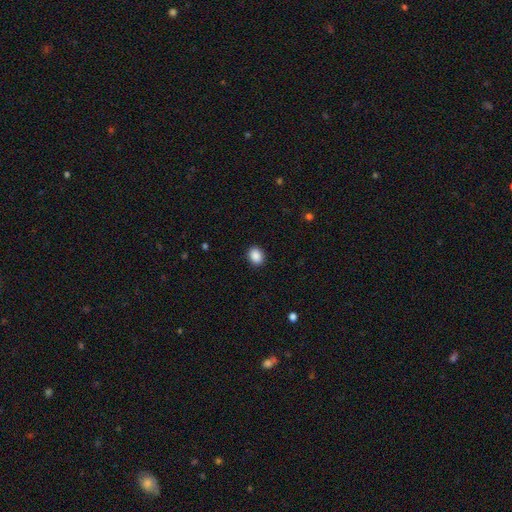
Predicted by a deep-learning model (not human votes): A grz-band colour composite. It shows a smooth galaxy with no disk features (89%) that is in between round and cigar-shaped (55%). Merging: none (90%).